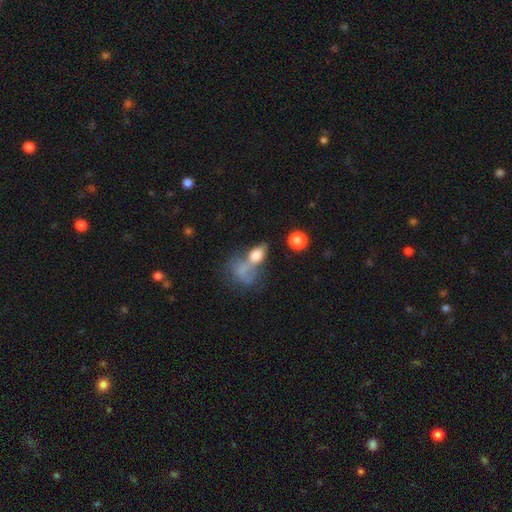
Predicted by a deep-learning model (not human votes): A smooth galaxy with no disk features (70%) that is in between round and cigar-shaped (76%).

Vote fractions:
- Smooth or featured? smooth: 70% / featured or disk: 19% / star or artifact: 12%
- How rounded? in between: 76% / round: 19% / cigar-shaped: 5%
- Merging? merger: 43% / none: 26% / major disturbance: 19% / minor disturbance: 12%